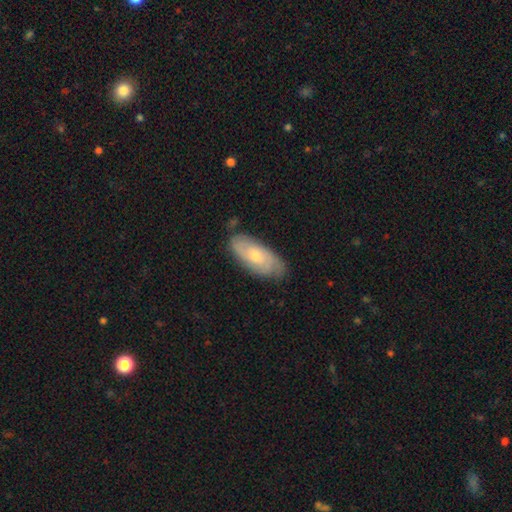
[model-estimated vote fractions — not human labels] A featured or disk galaxy (55%).

Vote fractions:
- Smooth or featured? featured or disk: 55% / smooth: 39% / star or artifact: 6%
- Edge-on disk? no: 88% / yes: 12%
- Merging? none: 75% / minor disturbance: 19% / major disturbance: 4% / merger: 2%